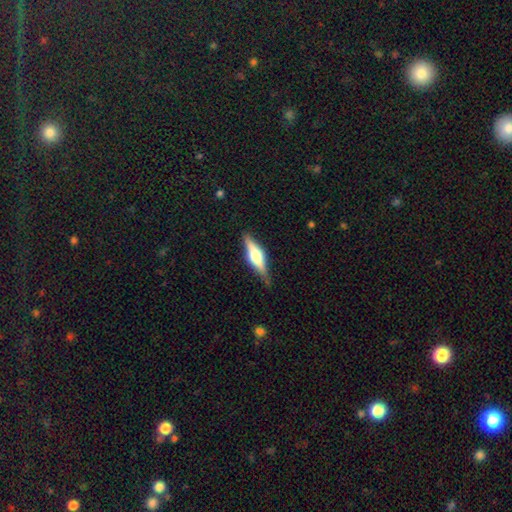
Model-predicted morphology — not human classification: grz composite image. It shows a featured or disk galaxy (69%) viewed edge-on (96%) with a rounded central bulge (90%). Merging: none (83%).